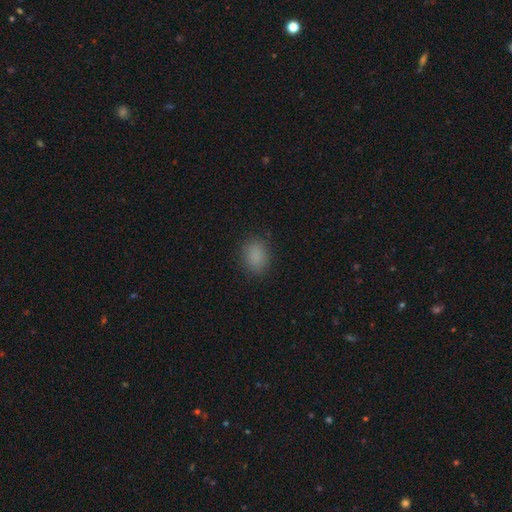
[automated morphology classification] Smooth or featured? Predicted: smooth (p=0.85). How rounded? Predicted: in between (p=0.67). Merging? Predicted: none (p=0.86).